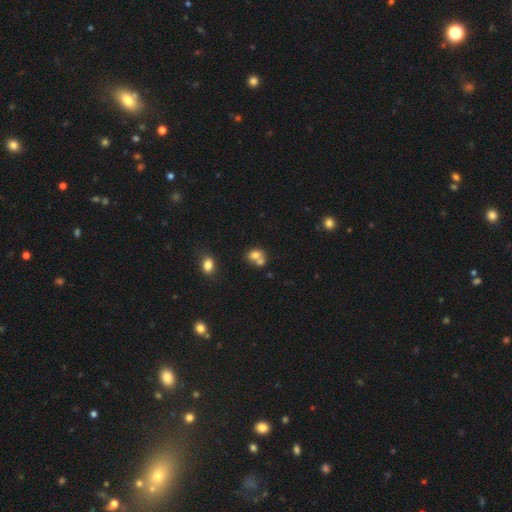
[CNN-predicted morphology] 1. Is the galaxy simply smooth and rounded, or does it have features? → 73% smooth, 16% featured or disk, 11% star or artifact.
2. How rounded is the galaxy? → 59% round, 40% in between, 1% cigar-shaped.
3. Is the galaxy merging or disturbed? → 55% merger, 32% none, 9% minor disturbance, 4% major disturbance.